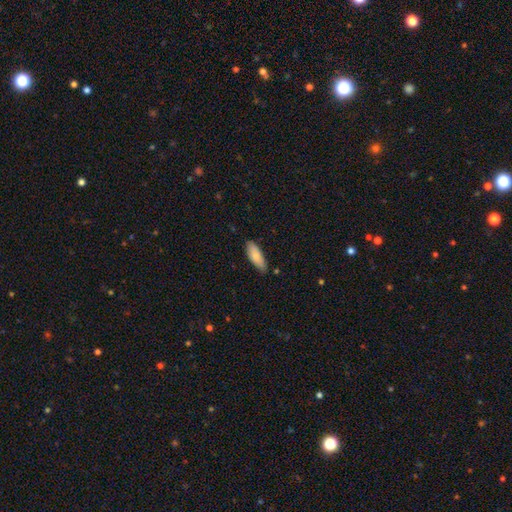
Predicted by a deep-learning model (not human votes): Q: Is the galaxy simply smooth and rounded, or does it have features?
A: smooth — 80%.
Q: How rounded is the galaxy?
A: in between — 67%.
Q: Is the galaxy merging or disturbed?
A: none — 80%.